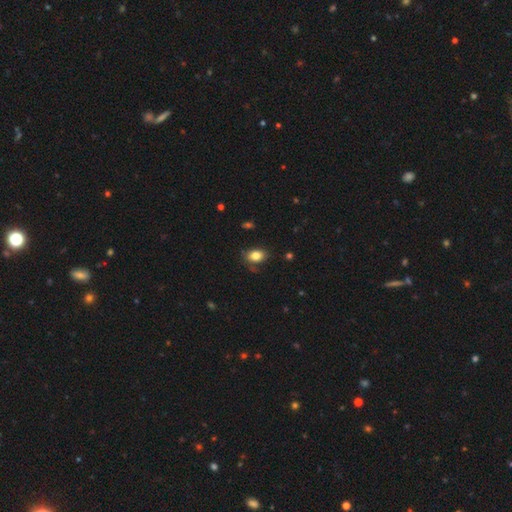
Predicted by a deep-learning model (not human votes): This is clearly a smooth galaxy (82%). How rounded: likely in between (78%). Merging: likely none (77%).